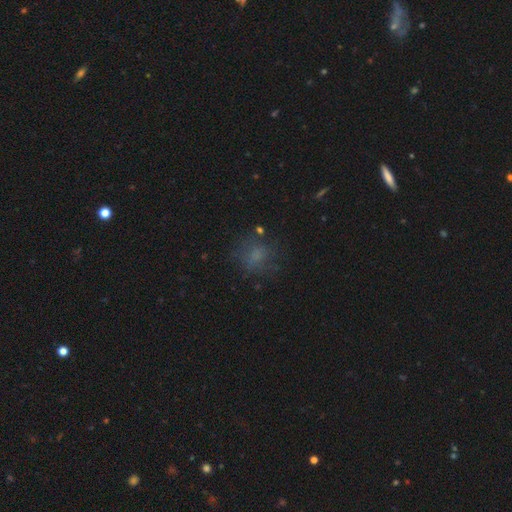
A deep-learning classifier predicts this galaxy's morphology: Smooth or featured? Predicted: smooth (p=0.64). How rounded? Predicted: round (p=0.69). Merging? Predicted: none (p=0.66).